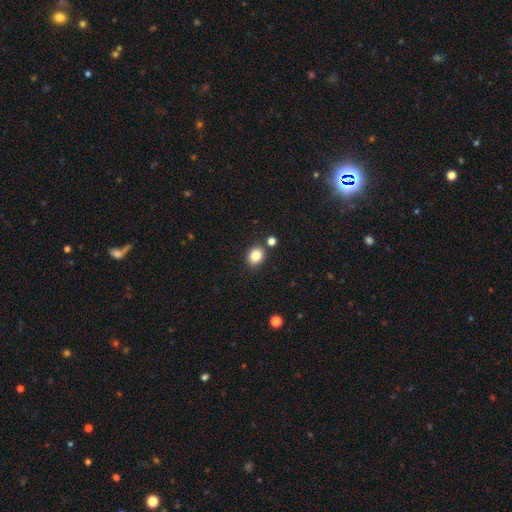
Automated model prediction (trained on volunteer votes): Smooth or featured? smooth (84%)
How rounded? round (60%)
Merging? none (81%)